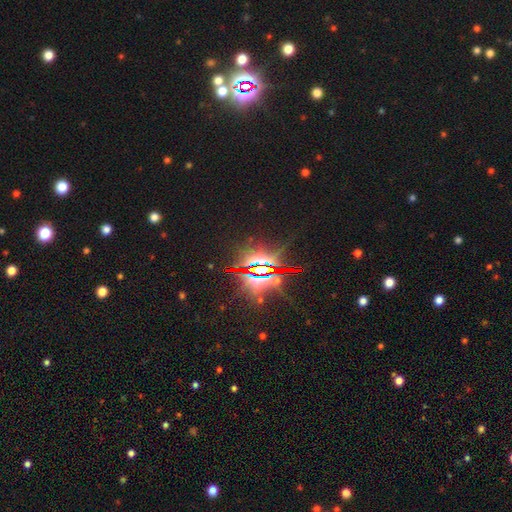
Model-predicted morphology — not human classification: Smooth or featured? Predicted: star or artifact (p=0.87).